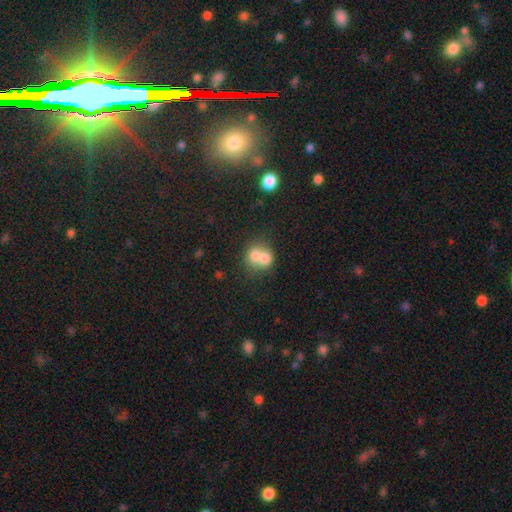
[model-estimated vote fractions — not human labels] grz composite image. It shows a smooth galaxy with no disk features (69%) that is round (69%). Merging: merger (70%).